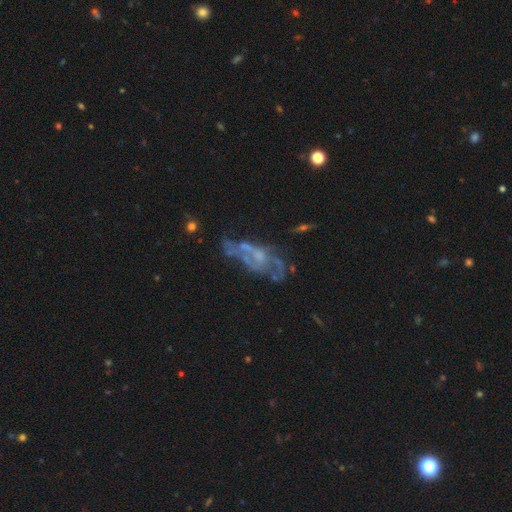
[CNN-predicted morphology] This appears to be a featured or disk galaxy (71%) with no bar (71%), no spiral arms (51%) and a small central bulge (42%). Merging: none (44%).